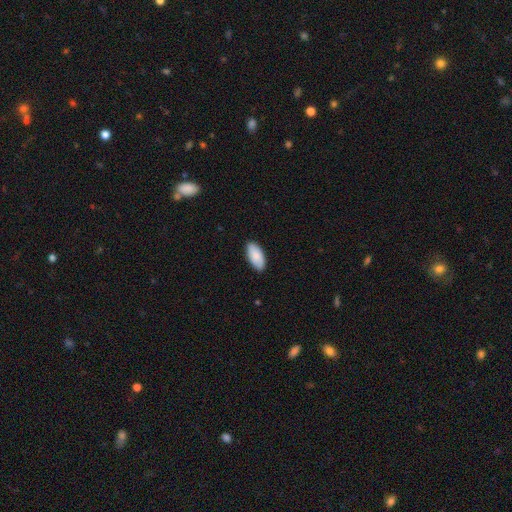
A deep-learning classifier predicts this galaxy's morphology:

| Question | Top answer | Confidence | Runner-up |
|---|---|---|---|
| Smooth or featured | smooth | 87% | featured or disk (7%) |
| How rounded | in between | 93% | cigar-shaped (5%) |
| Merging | none | 87% | minor disturbance (11%) |